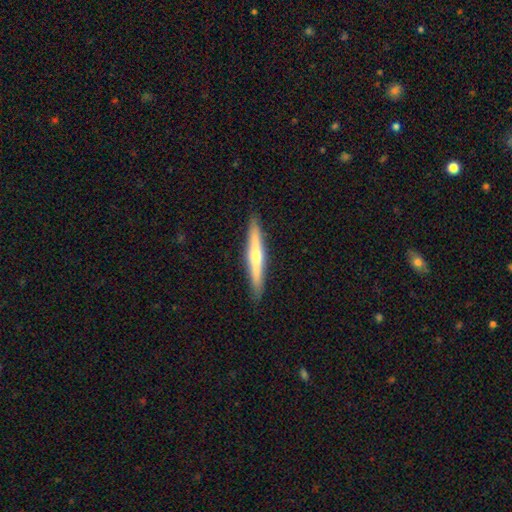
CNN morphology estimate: Overall: featured or disk (58%; smooth 37%). Edge-on disk: yes (96%). Edge-on bulge: rounded (79%). Merging: none (91%).